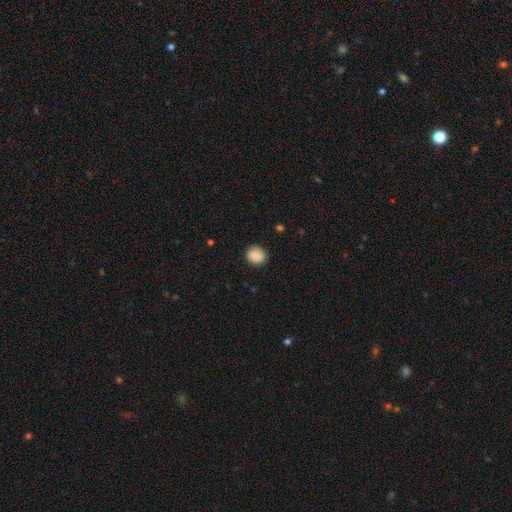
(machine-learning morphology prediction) Smooth or featured?
  - smooth: 86% *
  - star or artifact: 8%
  - featured or disk: 6%
How rounded?
  - round: 76% *
  - in between: 23%
  - cigar-shaped: 1%
Merging?
  - none: 82% *
  - minor disturbance: 14%
  - major disturbance: 3%
  - merger: 1%